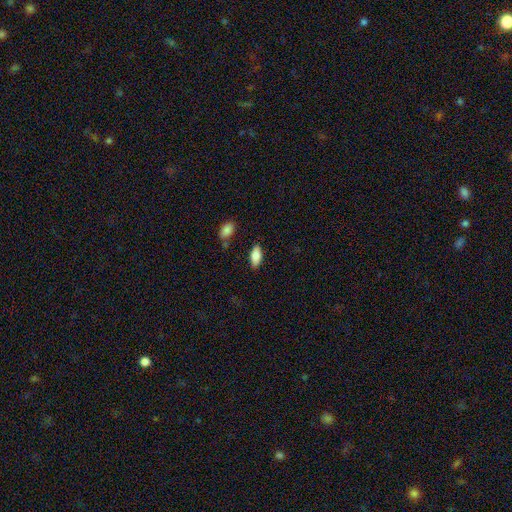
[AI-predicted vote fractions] smooth 82%, featured or disk 11%, star or artifact 7%. Down the decision tree: how rounded — in between (90%); merging — none (81%).